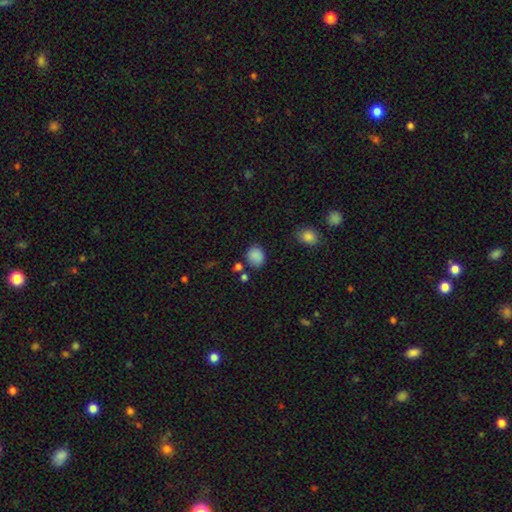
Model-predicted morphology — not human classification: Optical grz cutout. It shows a smooth galaxy with no disk features (85%) that is round (65%). Merging: none (74%).